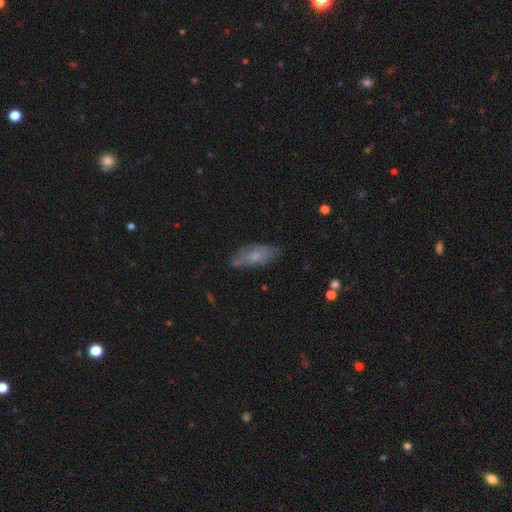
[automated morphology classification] smooth 59%, featured or disk 33%, star or artifact 8%. Down the decision tree: how rounded — in between (81%); merging — none (59%).